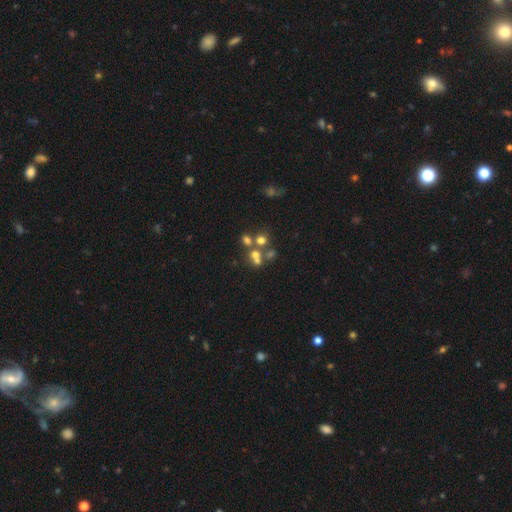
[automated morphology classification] smooth 52%, featured or disk 25%, star or artifact 23%. Down the decision tree: how rounded — round (73%); merging — merger (47%).